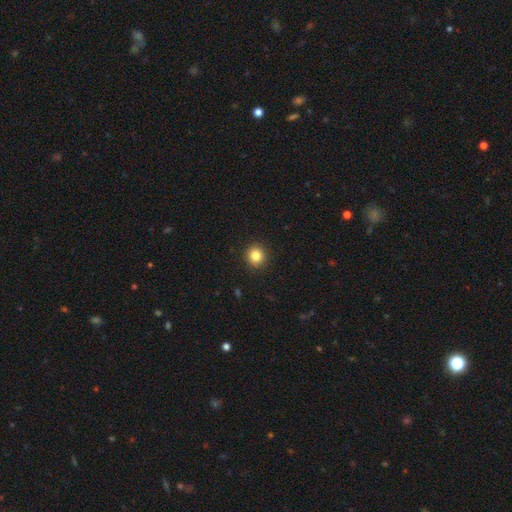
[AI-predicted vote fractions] Overall: smooth (84%). How rounded: round (92%). Merging: none (92%).